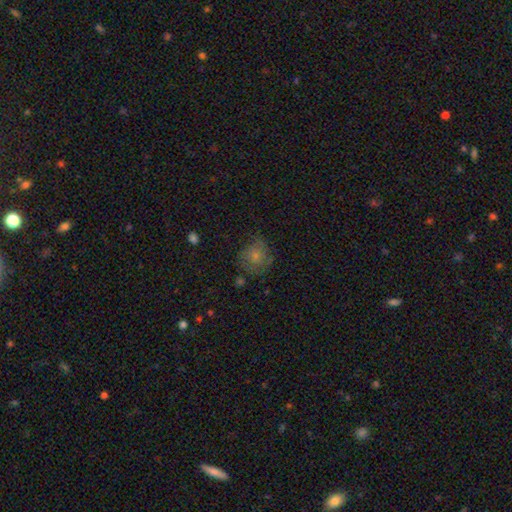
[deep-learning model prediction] This appears to be a smooth galaxy with no disk features (68%) that is round (78%). Merging: none (58%).